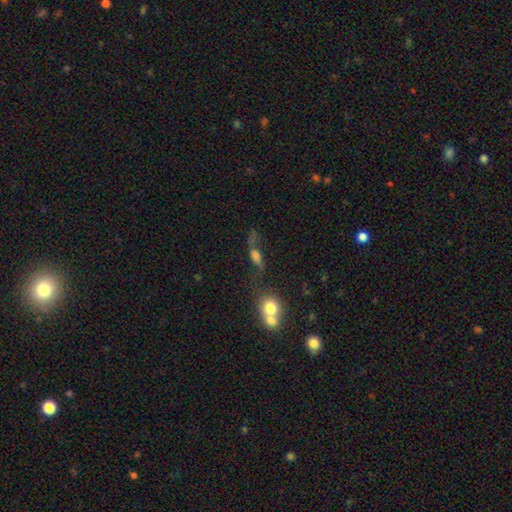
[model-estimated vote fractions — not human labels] Q: Smooth or featured?
A: smooth (47%); runner-up: featured or disk (36%)
Q: Merging?
A: none (39%); runner-up: major disturbance (22%)